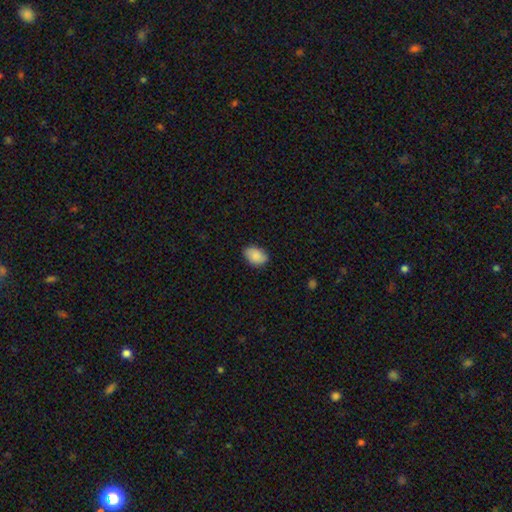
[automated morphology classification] This appears to be a smooth galaxy with no disk features (86%) that is in between round and cigar-shaped (84%). Merging: none (83%).